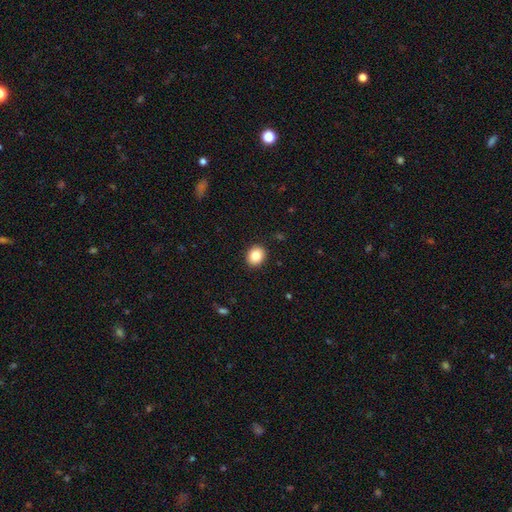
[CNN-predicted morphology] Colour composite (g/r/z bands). It shows a smooth galaxy with no disk features (84%) that is round (65%). Merging: none (92%).